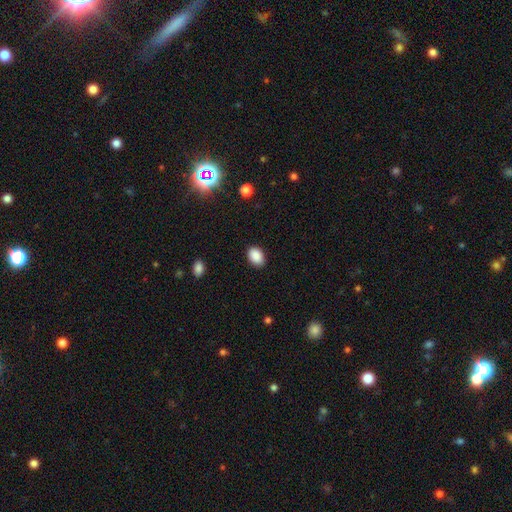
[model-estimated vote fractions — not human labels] smooth_or_featured: smooth (p=0.89) [alt: star or artifact p=0.08]
how_rounded: in between (p=0.77) [alt: round p=0.22]
merging: none (p=0.87) [alt: minor disturbance p=0.09]